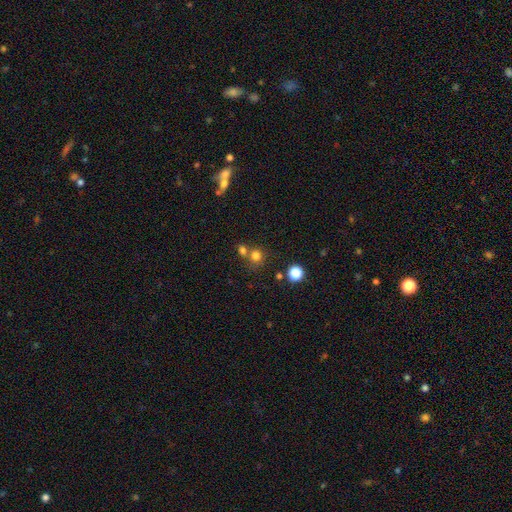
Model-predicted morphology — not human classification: smooth-or-featured: smooth: 76% | star or artifact: 16% | featured or disk: 8%
  how-rounded: round: 85% | in between: 14% | cigar-shaped: 1%
  merging: none: 54% | merger: 35% | minor disturbance: 7% | major disturbance: 4%